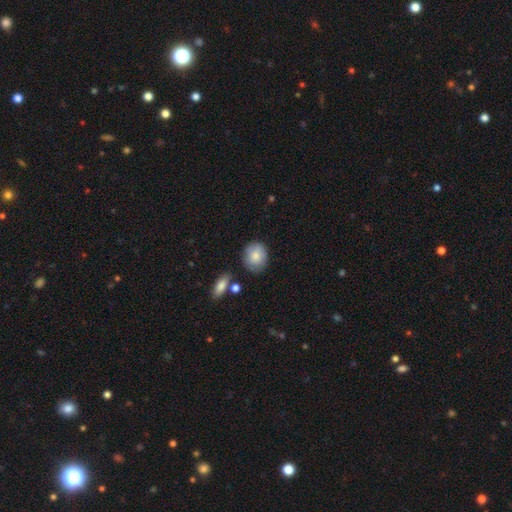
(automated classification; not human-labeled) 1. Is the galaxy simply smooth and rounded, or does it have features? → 83% smooth, 10% featured or disk, 7% star or artifact.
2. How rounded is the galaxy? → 59% round, 40% in between, 1% cigar-shaped.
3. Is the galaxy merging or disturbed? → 75% none, 17% minor disturbance, 4% merger, 4% major disturbance.